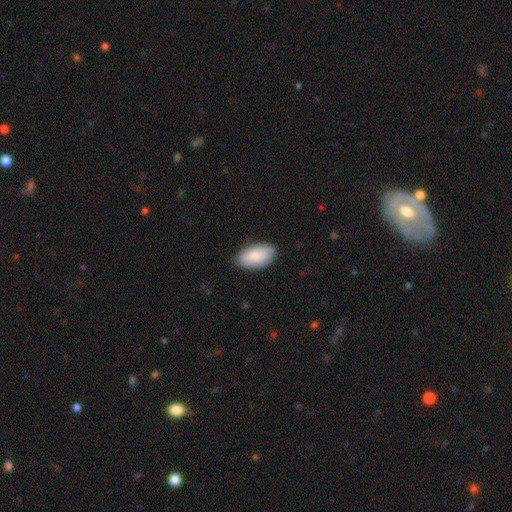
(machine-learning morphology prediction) Smooth or featured? Predicted: smooth (p=0.87). How rounded? Predicted: in between (p=0.95). Merging? Predicted: none (p=0.83).